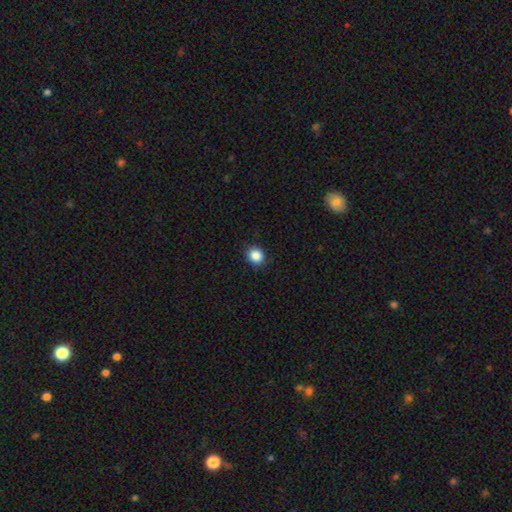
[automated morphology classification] Q: Smooth or featured?
A: smooth (87%); runner-up: star or artifact (10%)
Q: How rounded?
A: round (79%); runner-up: in between (20%)
Q: Merging?
A: none (88%); runner-up: minor disturbance (9%)